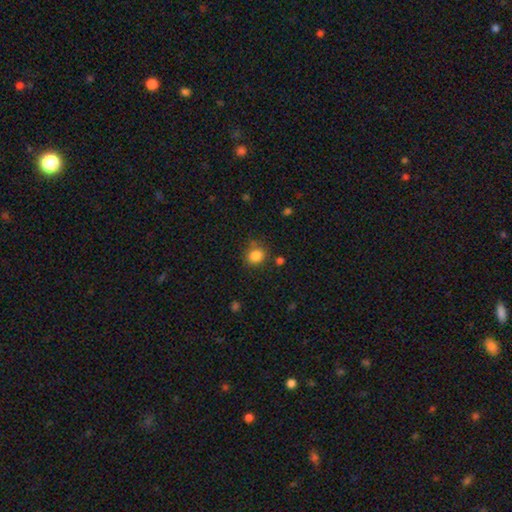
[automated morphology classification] smooth-or-featured: smooth: 84% | star or artifact: 11% | featured or disk: 5%
  how-rounded: round: 70% | in between: 29% | cigar-shaped: 1%
  merging: none: 76% | minor disturbance: 14% | merger: 5% | major disturbance: 4%